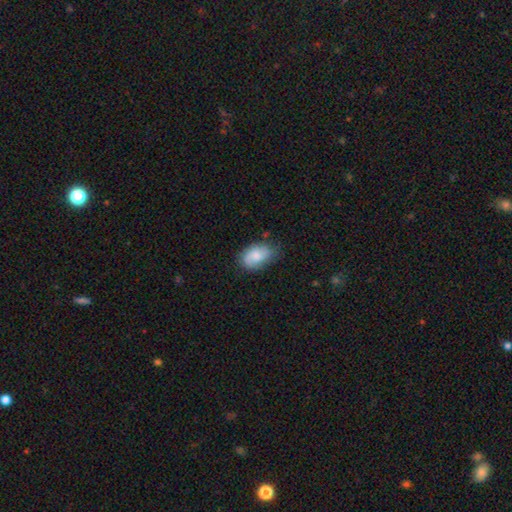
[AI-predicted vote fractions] Smooth or featured?
  - smooth: 71% *
  - featured or disk: 22%
  - star or artifact: 7%
How rounded?
  - in between: 88% *
  - round: 10%
  - cigar-shaped: 1%
Merging?
  - none: 63% *
  - minor disturbance: 28%
  - major disturbance: 7%
  - merger: 2%